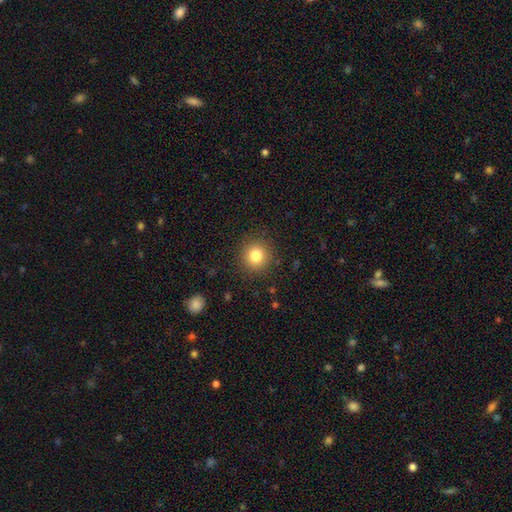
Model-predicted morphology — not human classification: A smooth galaxy with no disk features (81%) that is round (93%).

Vote fractions:
- Smooth or featured? smooth: 81% / star or artifact: 12% / featured or disk: 7%
- How rounded? round: 93% / in between: 6% / cigar-shaped: 1%
- Merging? none: 90% / minor disturbance: 7% / major disturbance: 3% / merger: 1%